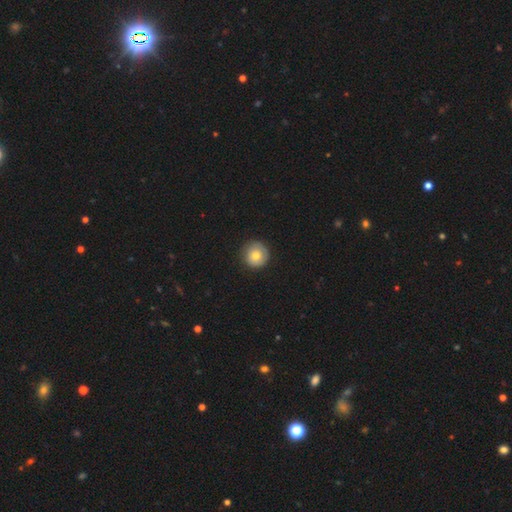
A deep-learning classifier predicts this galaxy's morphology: A smooth galaxy with no disk features (72%) that is round (95%). Merging: none (87%).